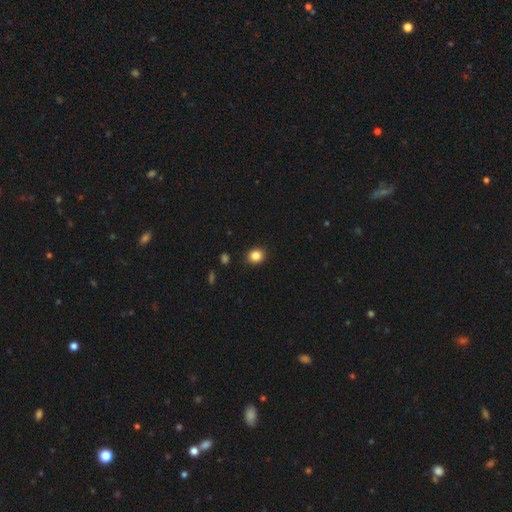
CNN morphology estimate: This is clearly a smooth galaxy (85%). How rounded: likely round (72%). Merging: clearly none (90%).